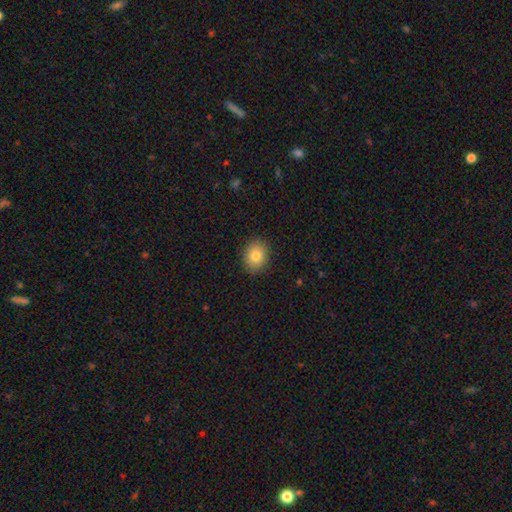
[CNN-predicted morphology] smooth_or_featured: smooth (p=0.81) [alt: featured or disk p=0.09]
how_rounded: round (p=0.53) [alt: in between p=0.46]
merging: none (p=0.90) [alt: minor disturbance p=0.08]